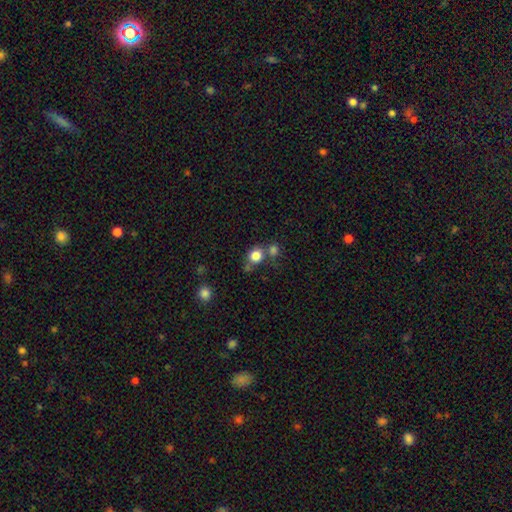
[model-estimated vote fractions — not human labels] This is clearly a smooth galaxy (81%). How rounded: clearly round (80%). Merging: possibly none (54%).